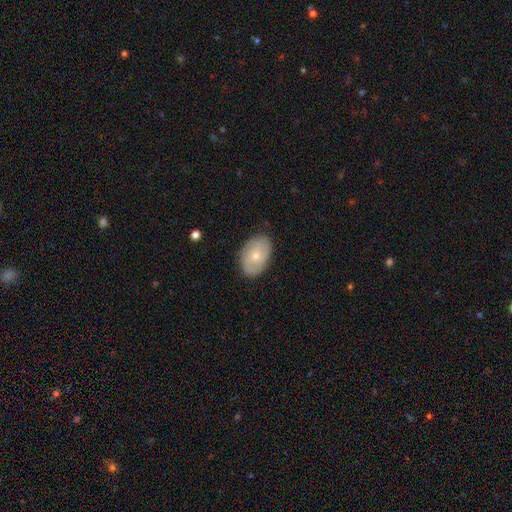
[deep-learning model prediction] This is possibly a smooth galaxy (59%). How rounded: clearly in between (85%). Merging: clearly none (80%).